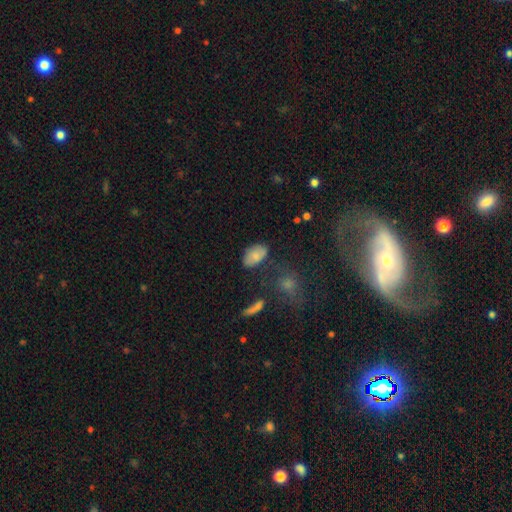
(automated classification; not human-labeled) smooth 78%, featured or disk 14%, star or artifact 8%. Down the decision tree: how rounded — in between (93%); merging — none (68%).